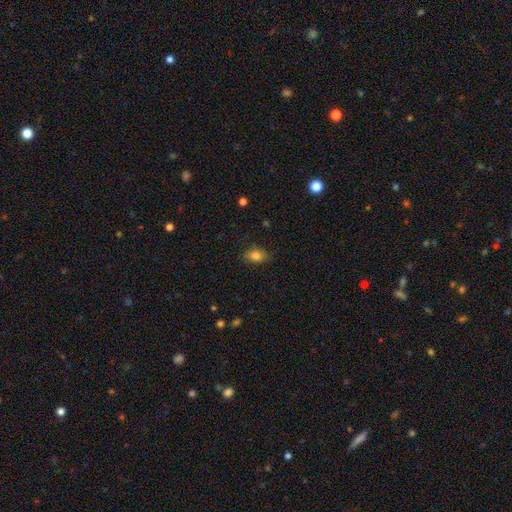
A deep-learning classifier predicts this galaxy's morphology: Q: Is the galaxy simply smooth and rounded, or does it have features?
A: smooth — 82%.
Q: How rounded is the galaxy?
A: in between — 76%.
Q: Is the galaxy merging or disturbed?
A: none — 80%.